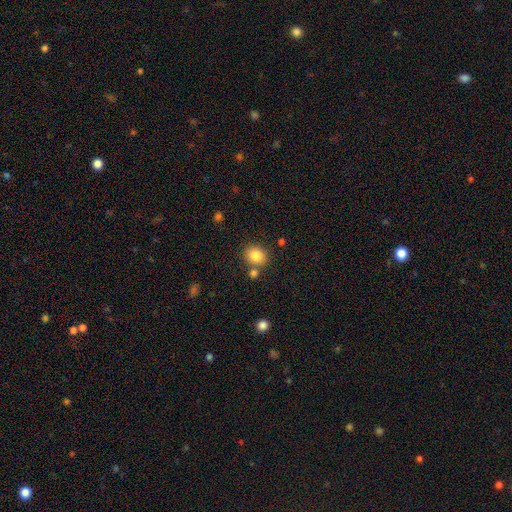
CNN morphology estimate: A smooth galaxy with no disk features (84%) that is round (72%). Merging: none (75%).